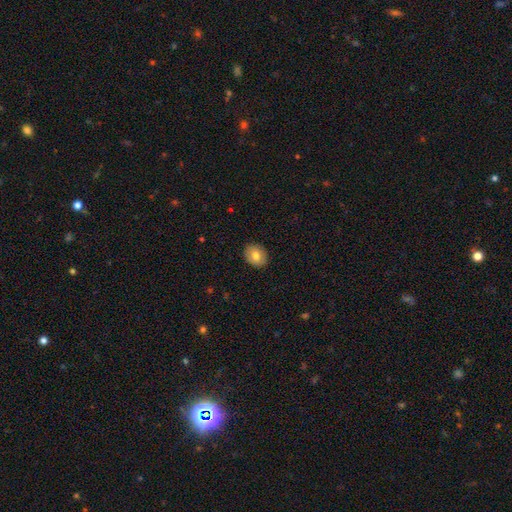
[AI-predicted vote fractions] Smooth or featured: smooth — 75% (featured or disk — 17%)
How rounded: in between — 51% (round — 48%)
Merging: none — 90% (minor disturbance — 8%)